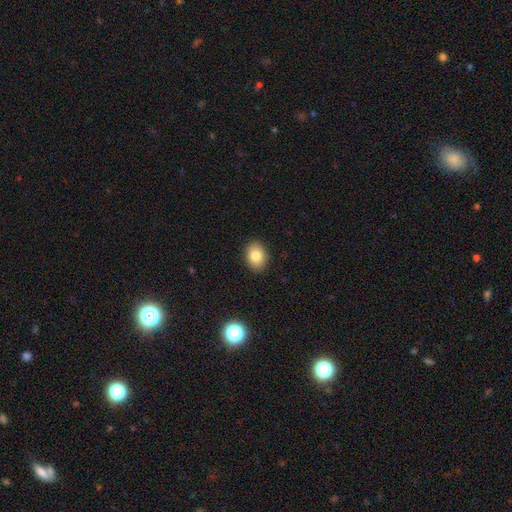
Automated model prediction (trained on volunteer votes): Smooth or featured? smooth (82%)
How rounded? in between (71%)
Merging? none (89%)